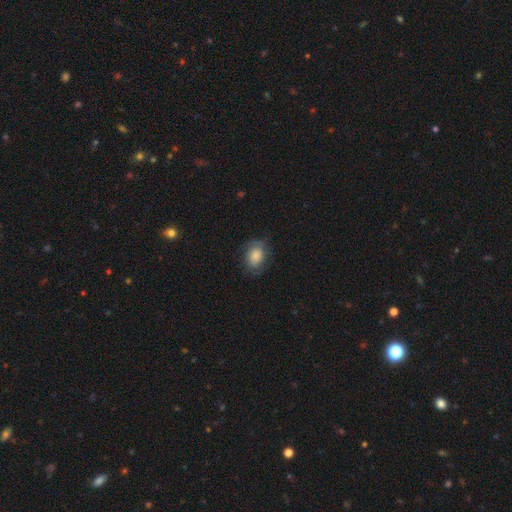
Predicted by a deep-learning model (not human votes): Q: Smooth or featured?
A: smooth (68%); runner-up: featured or disk (24%)
Q: How rounded?
A: in between (67%); runner-up: round (32%)
Q: Merging?
A: none (67%); runner-up: minor disturbance (22%)